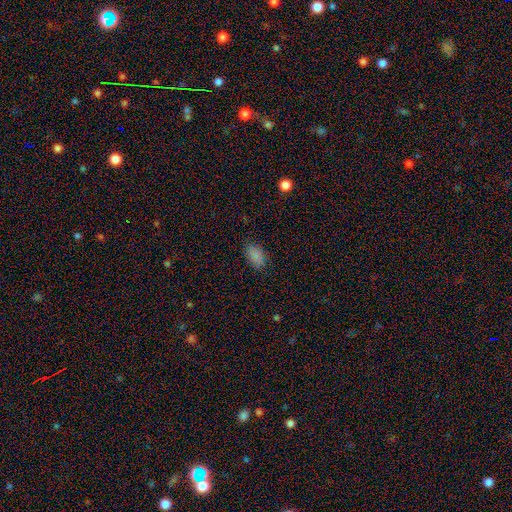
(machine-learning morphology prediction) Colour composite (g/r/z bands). It shows a smooth galaxy with no disk features (84%) that is in between round and cigar-shaped (89%). Merging: none (81%).